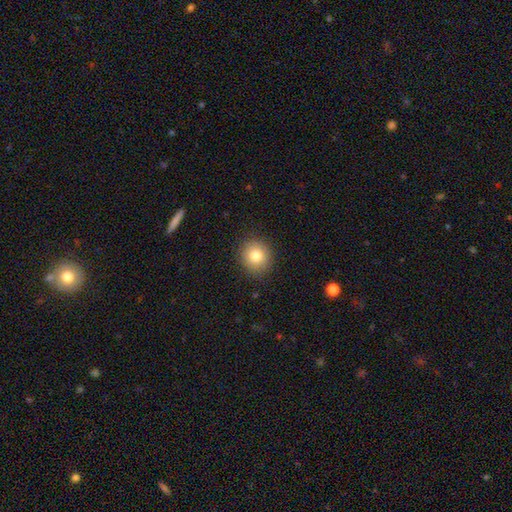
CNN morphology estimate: A smooth galaxy with no disk features (80%) that is round (89%). Merging: none (89%).